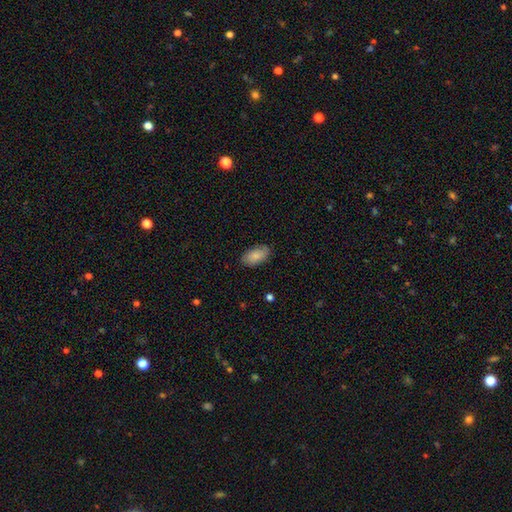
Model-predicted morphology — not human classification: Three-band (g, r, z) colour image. It shows a smooth galaxy with no disk features (82%) that is in between round and cigar-shaped (95%). Merging: none (83%).